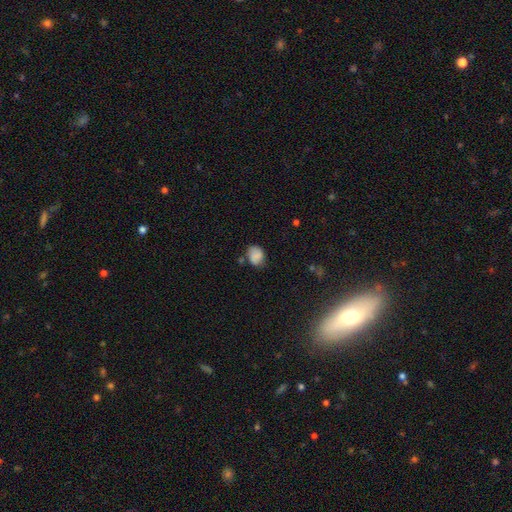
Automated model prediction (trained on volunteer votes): Overall: smooth (82%). How rounded: in between (53%; round 46%). Merging: none (64%).